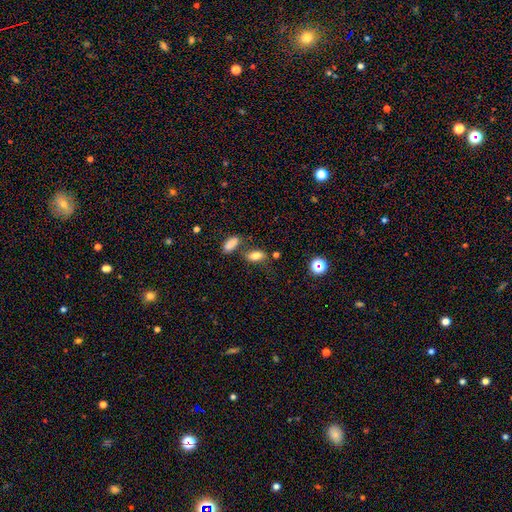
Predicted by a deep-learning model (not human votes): Smooth or featured: smooth — 77% (featured or disk — 12%)
How rounded: in between — 84% (cigar-shaped — 9%)
Merging: none — 66% (minor disturbance — 15%)